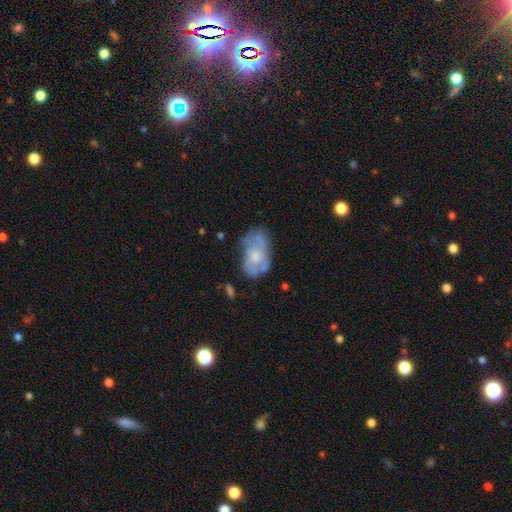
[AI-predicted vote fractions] smooth_or_featured: featured or disk (p=0.59) [alt: smooth p=0.33]
disk_edge_on: no (p=0.96) [alt: yes p=0.04]
bar: no (p=0.80) [alt: weak p=0.18]
has_spiral_arms: yes (p=0.52) [alt: no p=0.48]
bulge_size: moderate (p=0.43) [alt: small p=0.31]
merging: none (p=0.49) [alt: minor disturbance p=0.28]